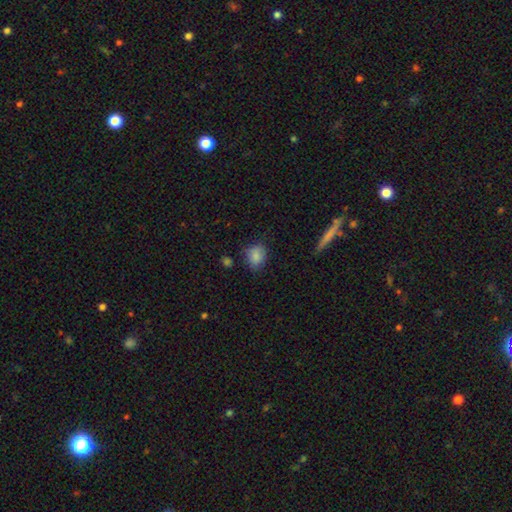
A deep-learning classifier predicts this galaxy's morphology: Smooth or featured? Predicted: smooth (p=0.84). How rounded? Predicted: round (p=0.51). Merging? Predicted: none (p=0.72).